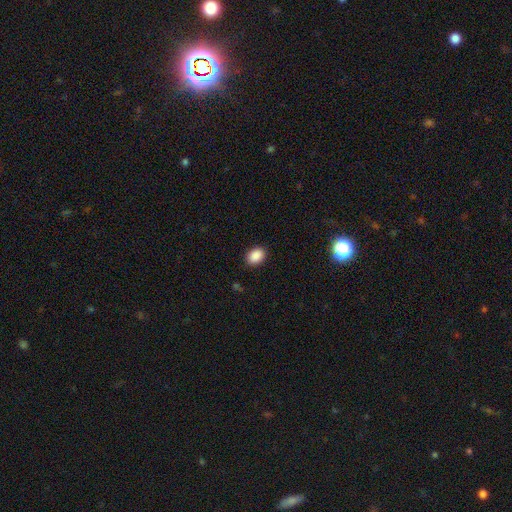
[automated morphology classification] Smooth or featured?
  - smooth: 89% *
  - star or artifact: 8%
  - featured or disk: 3%
How rounded?
  - in between: 71% *
  - round: 28%
  - cigar-shaped: 1%
Merging?
  - none: 89% *
  - minor disturbance: 8%
  - major disturbance: 2%
  - merger: 1%